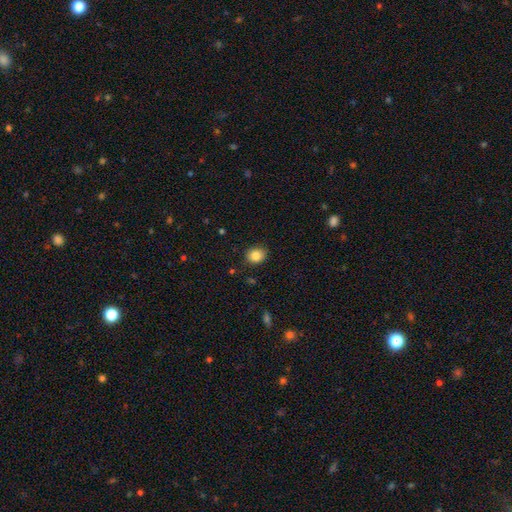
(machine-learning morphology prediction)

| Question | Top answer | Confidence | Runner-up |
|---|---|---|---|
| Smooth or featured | smooth | 85% | star or artifact (10%) |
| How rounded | round | 65% | in between (34%) |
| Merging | none | 84% | minor disturbance (12%) |